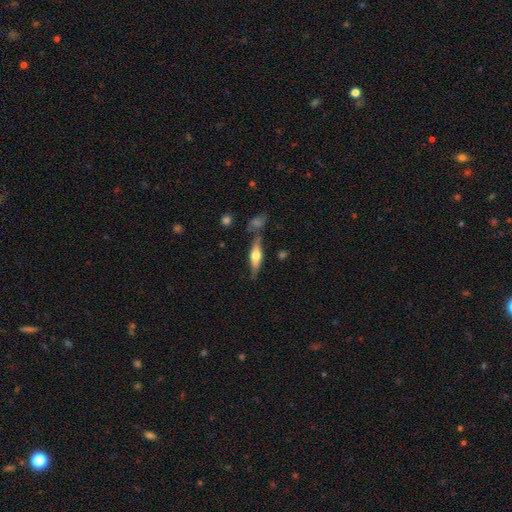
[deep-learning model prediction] The model was most divided on "smooth or featured": featured or disk: 51%, smooth: 42%, star or artifact: 6%. More confident: edge-on disk — yes (90%); merging — none (71%).